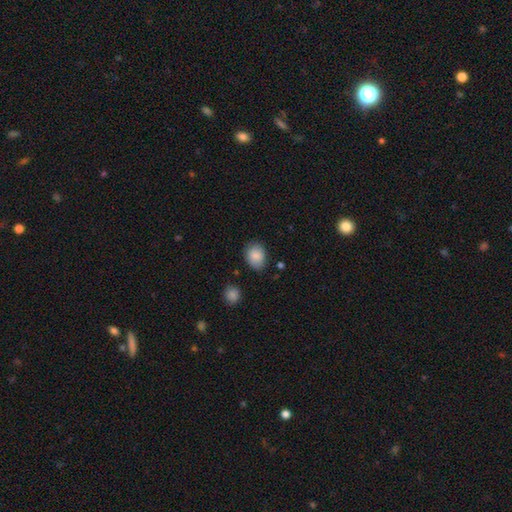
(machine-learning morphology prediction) Overall: smooth (87%). How rounded: in between (65%; round 34%). Merging: none (75%).